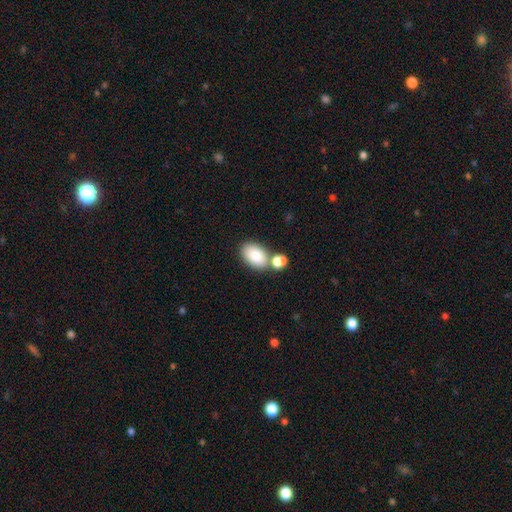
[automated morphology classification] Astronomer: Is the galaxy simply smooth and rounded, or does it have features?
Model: smooth — 83%.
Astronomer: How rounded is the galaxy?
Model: in between — 90%.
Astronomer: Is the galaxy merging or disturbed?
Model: none — 57%.